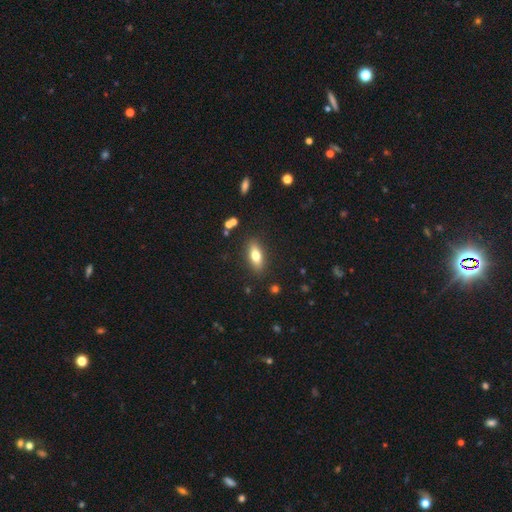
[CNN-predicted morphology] A smooth galaxy with no disk features (69%) that is in between round and cigar-shaped (73%).

Vote fractions:
- Smooth or featured? smooth: 69% / featured or disk: 23% / star or artifact: 8%
- How rounded? in between: 73% / cigar-shaped: 22% / round: 4%
- Merging? none: 86% / minor disturbance: 9% / major disturbance: 3% / merger: 2%